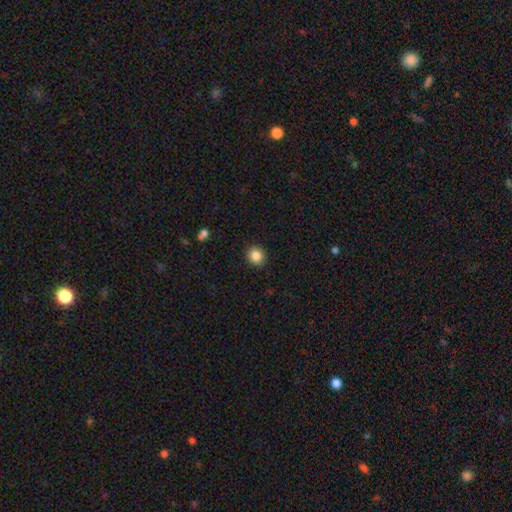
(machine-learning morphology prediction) This appears to be a smooth galaxy with no disk features (85%) that is round (88%). Merging: none (91%).